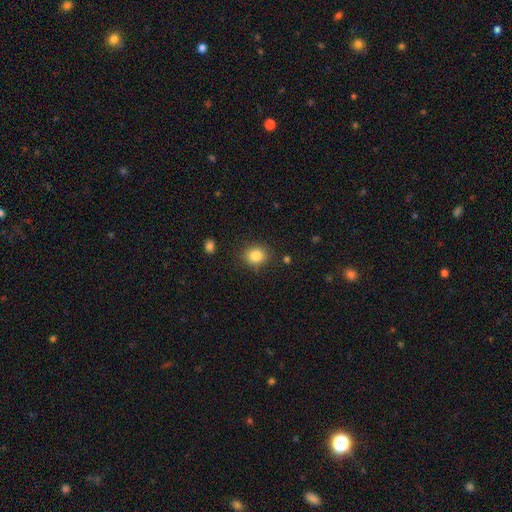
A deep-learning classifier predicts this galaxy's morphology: Smooth or featured? Predicted: smooth (p=0.84). How rounded? Predicted: round (p=0.71). Merging? Predicted: none (p=0.84).